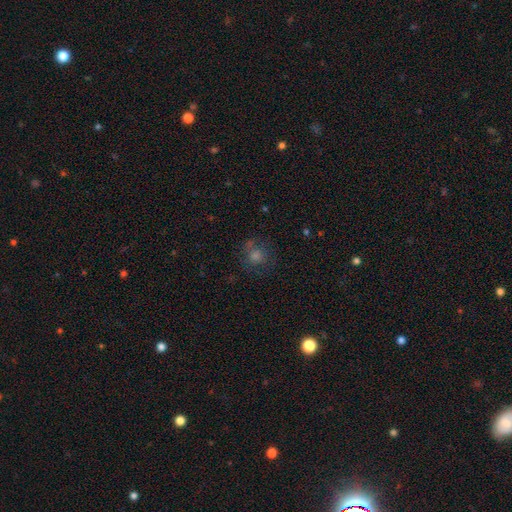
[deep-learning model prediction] This is possibly a smooth galaxy (53%). How rounded: clearly round (87%). Merging: likely none (72%).